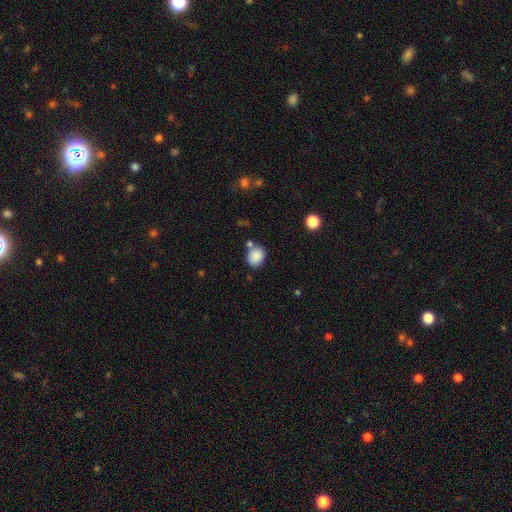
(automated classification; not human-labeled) This is clearly a smooth galaxy (86%). How rounded: possibly round (57%). Merging: likely none (67%).